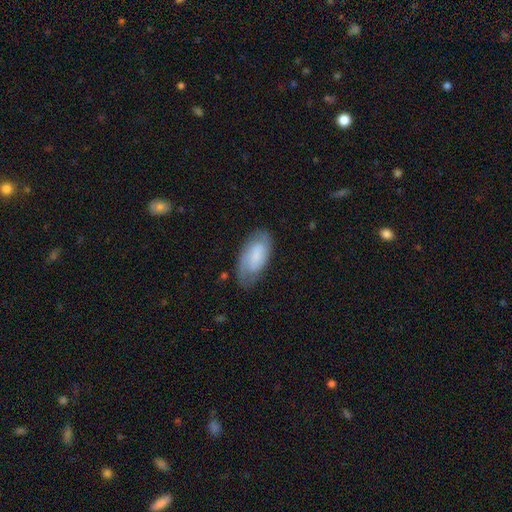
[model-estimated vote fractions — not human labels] Smooth or featured? smooth (51%)
How rounded? in between (92%)
Merging? none (66%)